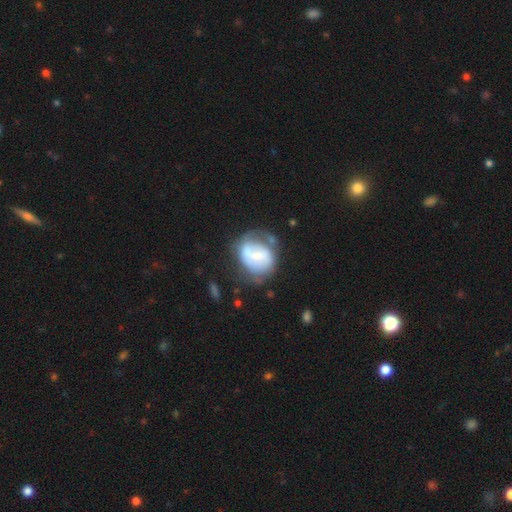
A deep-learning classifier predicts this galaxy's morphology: Smooth or featured? featured or disk (53%)
Edge-on disk? no (97%)
Bar? no (44%)
Spiral arms? no (52%)
Bulge size? small (45%)
Merging? none (40%)